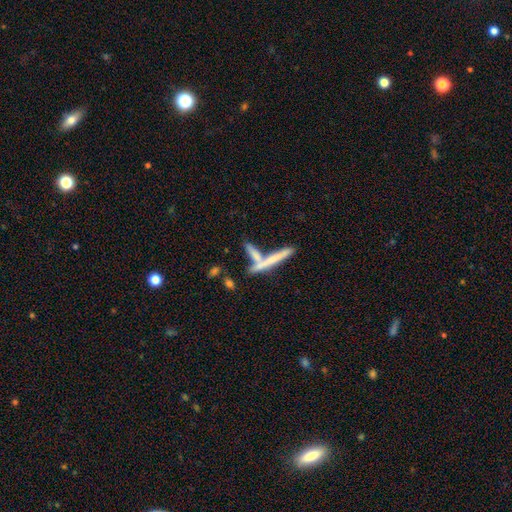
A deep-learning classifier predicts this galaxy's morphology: Q: Smooth or featured?
A: smooth (55%); runner-up: featured or disk (36%)
Q: How rounded?
A: cigar-shaped (88%); runner-up: in between (10%)
Q: Merging?
A: none (49%); runner-up: merger (37%)